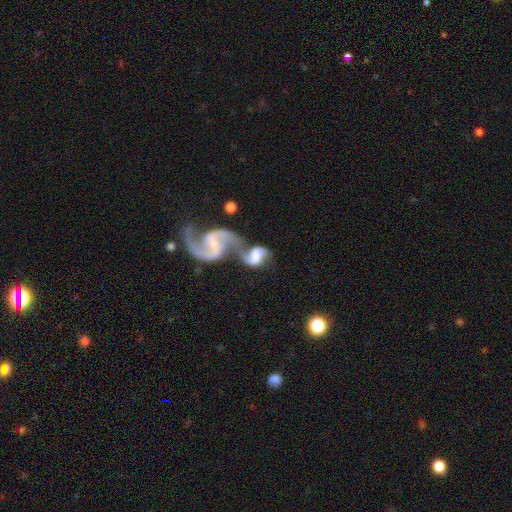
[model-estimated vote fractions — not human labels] Smooth or featured? featured or disk (76%)
Edge-on disk? no (97%)
Bar? weak (40%)
Spiral arms? yes (91%)
Spiral winding? loose (61%)
Spiral arm count? 2 (86%)
Bulge size? small (34%)
Merging? merger (72%)